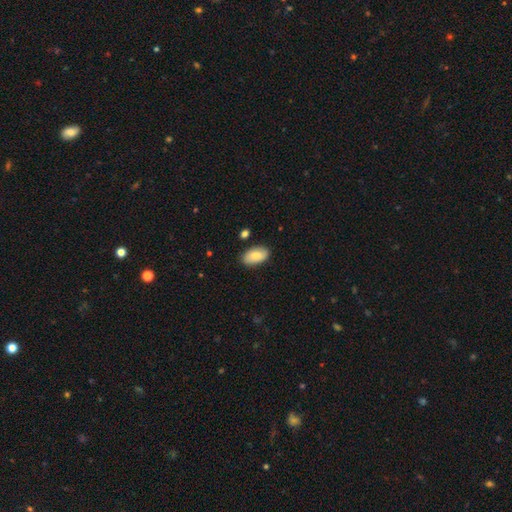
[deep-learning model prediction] smooth_or_featured: smooth (p=0.80) [alt: featured or disk p=0.14]
how_rounded: in between (p=0.95) [alt: round p=0.04]
merging: none (p=0.85) [alt: minor disturbance p=0.11]